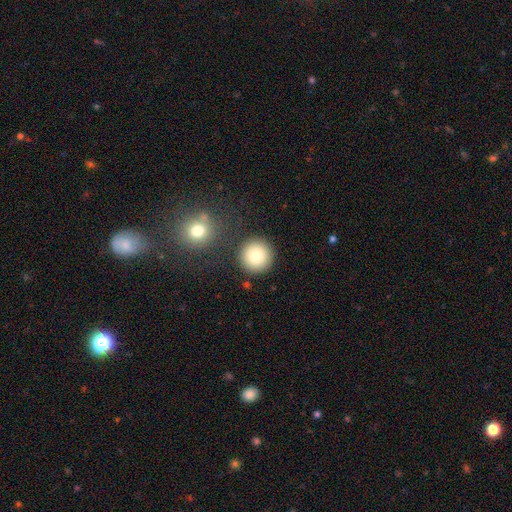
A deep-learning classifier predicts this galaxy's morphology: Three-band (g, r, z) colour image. It shows a smooth galaxy with no disk features (85%) that is round (95%). Merging: none (86%).